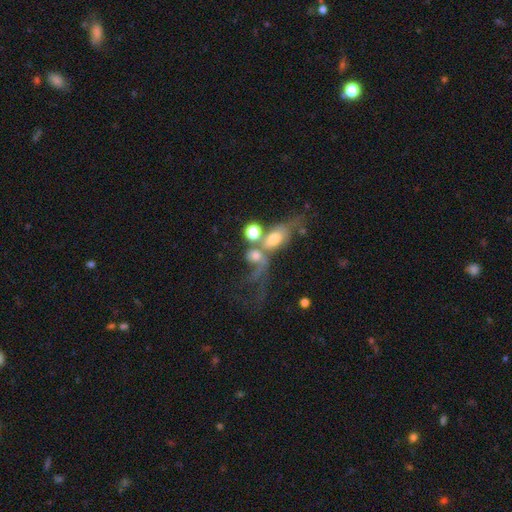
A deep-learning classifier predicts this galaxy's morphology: Smooth or featured? smooth (50%)
How rounded? in between (50%)
Merging? merger (54%)